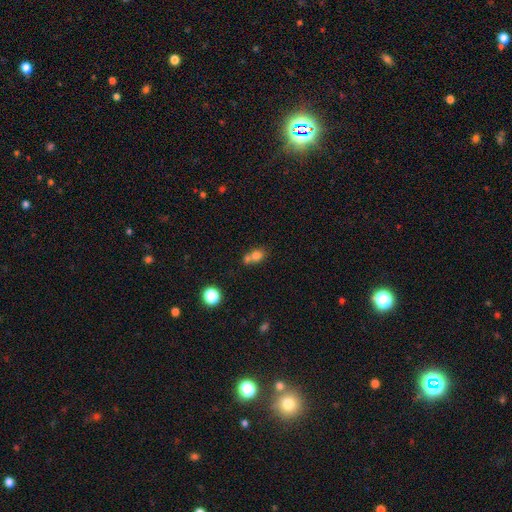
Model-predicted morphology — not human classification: The model was most divided on "merging": merger: 49%, none: 39%, minor disturbance: 9%, major disturbance: 3%. More confident: smooth or featured — smooth (75%); how rounded — round (64%).